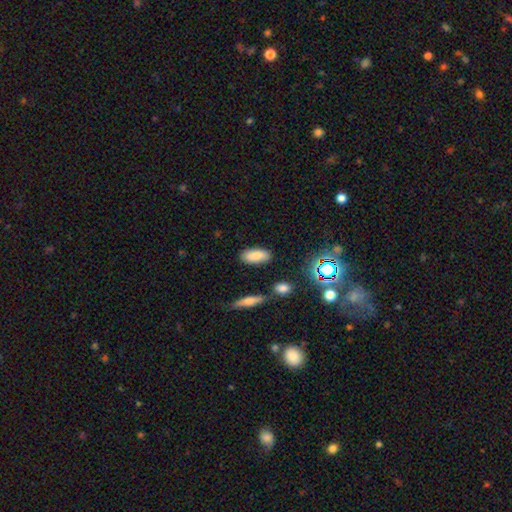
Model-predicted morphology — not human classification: A smooth galaxy with no disk features (82%) that is in between round and cigar-shaped (87%). Merging: none (84%).